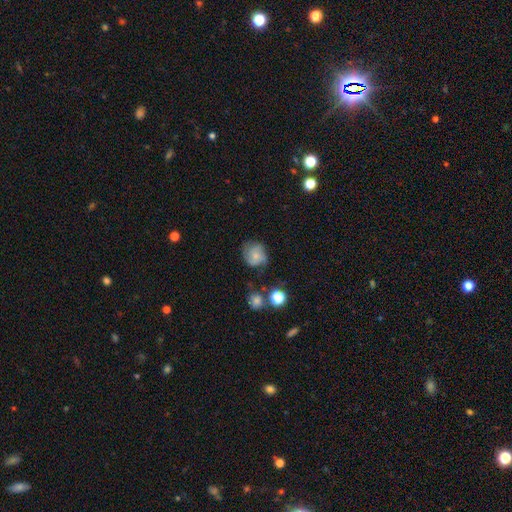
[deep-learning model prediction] This appears to be a smooth galaxy with no disk features (54%) that is round (74%). Merging: none (59%).